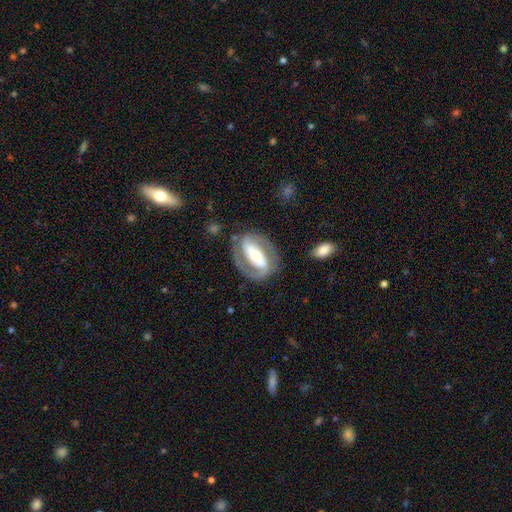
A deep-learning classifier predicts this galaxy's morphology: type=featured or disk (83%); edge-on=no (94%); bar=strong (70%); spiral arms=yes (86%); winding=medium (43%, tied with tight); arm count=2 (86%); bulge=moderate (52%); merging=none (78%).